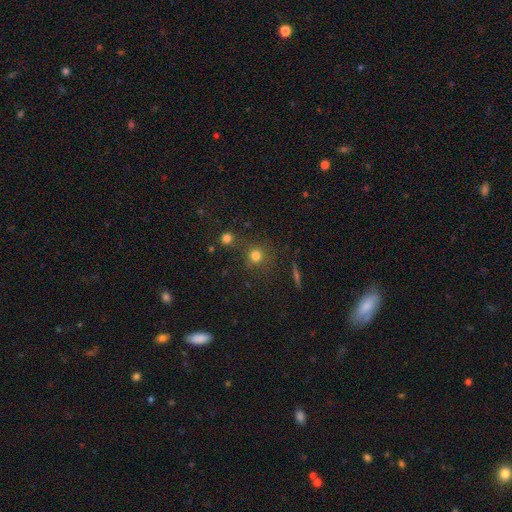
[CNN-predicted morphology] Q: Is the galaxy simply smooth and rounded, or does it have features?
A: smooth — 74%.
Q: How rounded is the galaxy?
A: round — 91%.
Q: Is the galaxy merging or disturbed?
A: none — 75%.